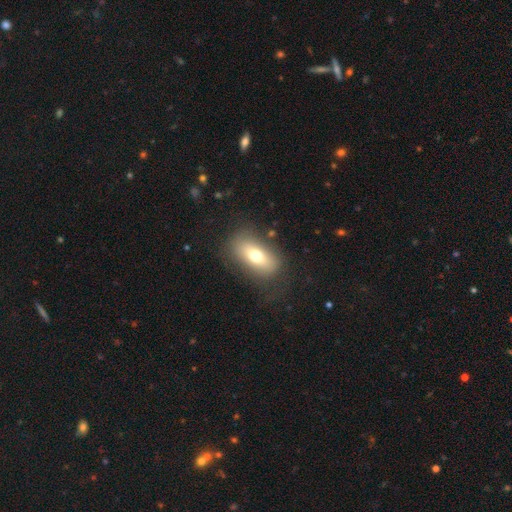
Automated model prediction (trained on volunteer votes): smooth 68%, featured or disk 22%, star or artifact 10%. Down the decision tree: how rounded — in between (84%); merging — none (73%).